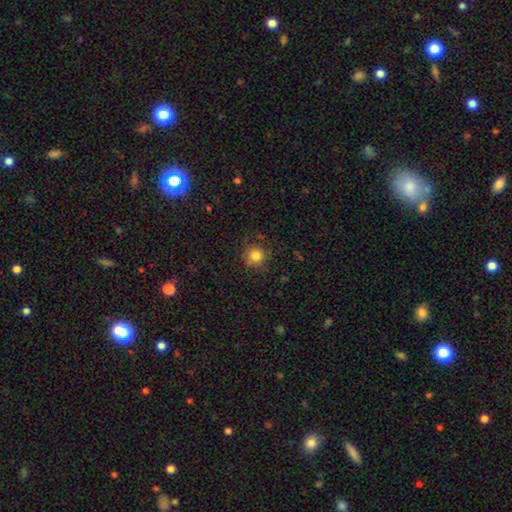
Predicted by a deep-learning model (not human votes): Q: Smooth or featured?
A: smooth (82%); runner-up: star or artifact (12%)
Q: How rounded?
A: round (93%); runner-up: in between (6%)
Q: Merging?
A: none (85%); runner-up: minor disturbance (11%)